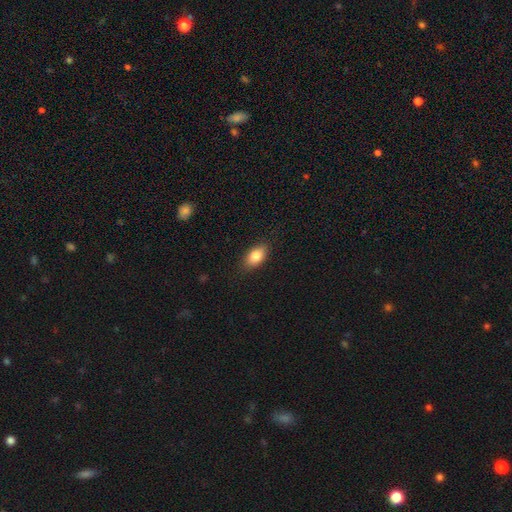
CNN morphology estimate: A smooth galaxy with no disk features (83%) that is in between round and cigar-shaped (88%).

Vote fractions:
- Smooth or featured? smooth: 83% / featured or disk: 9% / star or artifact: 8%
- How rounded? in between: 88% / round: 8% / cigar-shaped: 3%
- Merging? none: 86% / minor disturbance: 11% / major disturbance: 2% / merger: 1%